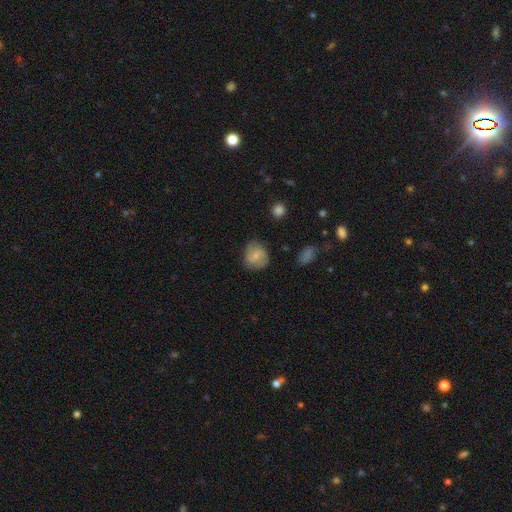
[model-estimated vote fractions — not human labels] Smooth or featured? Predicted: smooth (p=0.65). How rounded? Predicted: round (p=0.76). Merging? Predicted: none (p=0.74).